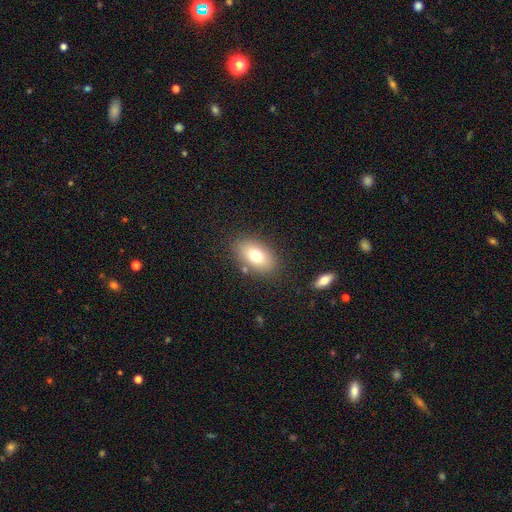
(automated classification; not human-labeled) Smooth or featured: smooth — 76% (featured or disk — 15%)
How rounded: in between — 88% (round — 10%)
Merging: none — 82% (minor disturbance — 11%)